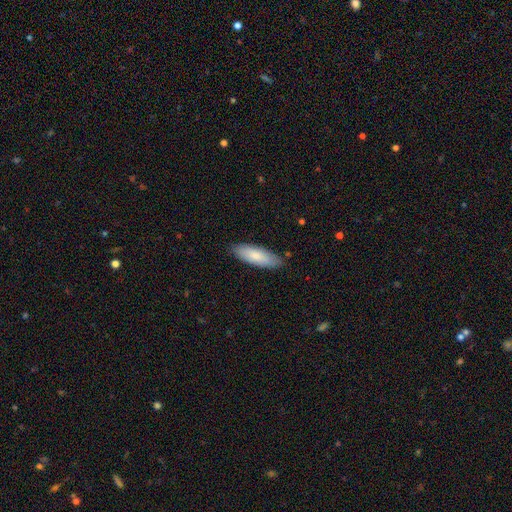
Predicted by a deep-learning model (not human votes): Morphology: type=smooth (82%); roundness=in between (58%); merging=none (85%).